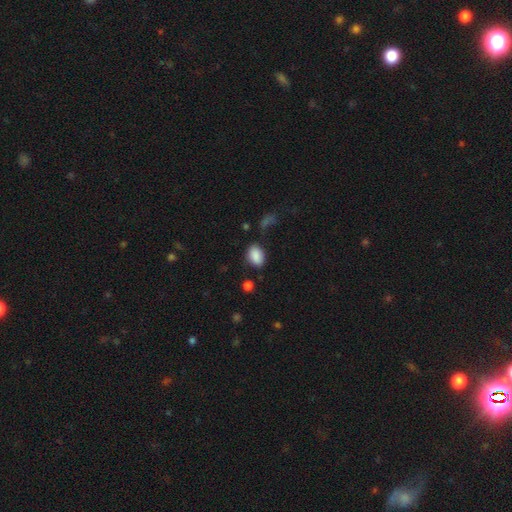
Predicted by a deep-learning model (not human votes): A smooth galaxy with no disk features (87%) that is in between round and cigar-shaped (82%).

Vote fractions:
- Smooth or featured? smooth: 87% / star or artifact: 8% / featured or disk: 5%
- How rounded? in between: 82% / round: 17% / cigar-shaped: 1%
- Merging? none: 73% / minor disturbance: 17% / major disturbance: 6% / merger: 4%